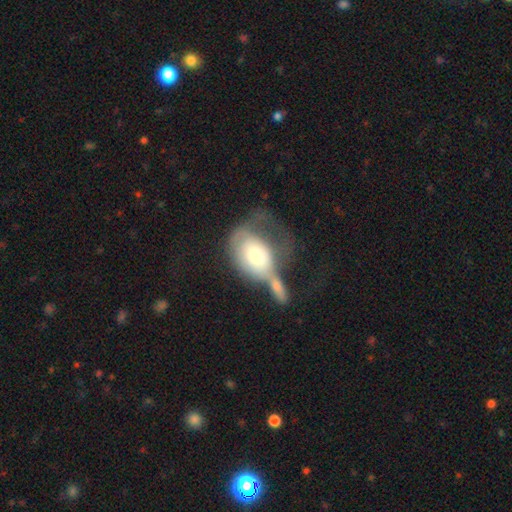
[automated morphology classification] This appears to be a smooth galaxy with no disk features (57%) that is in between round and cigar-shaped (70%). Merging: merger (44%).